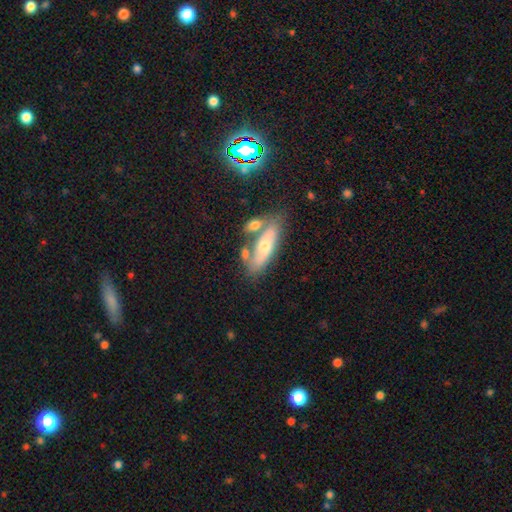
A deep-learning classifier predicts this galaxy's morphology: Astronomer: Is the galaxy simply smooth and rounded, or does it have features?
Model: smooth — 51% (runner-up: featured or disk, 40%).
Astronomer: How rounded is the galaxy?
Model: in between — 59% (runner-up: cigar-shaped, 37%).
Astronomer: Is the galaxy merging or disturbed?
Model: none — 53%.